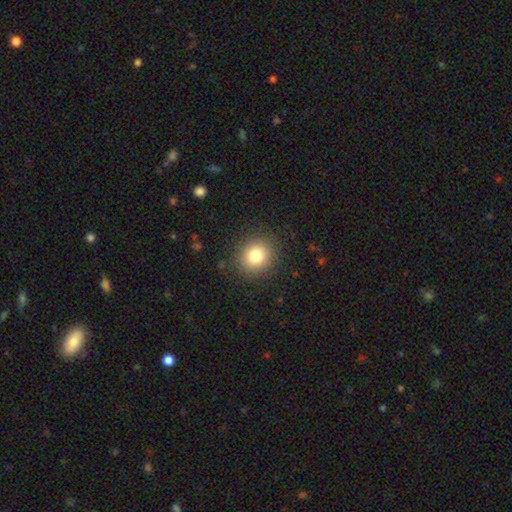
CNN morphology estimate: smooth_or_featured: smooth (p=0.80) [alt: star or artifact p=0.12]
how_rounded: round (p=0.84) [alt: in between p=0.16]
merging: none (p=0.89) [alt: minor disturbance p=0.07]